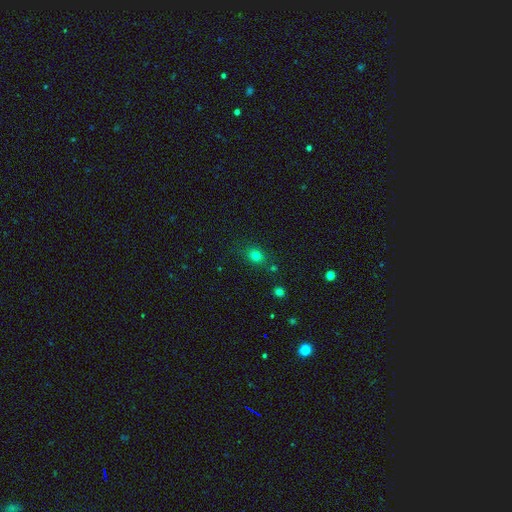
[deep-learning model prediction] A smooth galaxy with no disk features (74%) that is round (62%).

Vote fractions:
- Smooth or featured? smooth: 74% / star or artifact: 17% / featured or disk: 8%
- How rounded? round: 62% / in between: 36% / cigar-shaped: 1%
- Merging? none: 78% / minor disturbance: 13% / merger: 5% / major disturbance: 4%